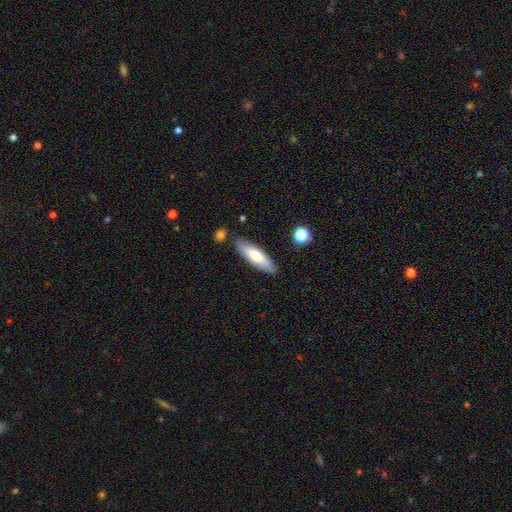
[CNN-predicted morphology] A smooth galaxy with no disk features (67%) that is cigar-shaped (54%). Merging: none (83%).